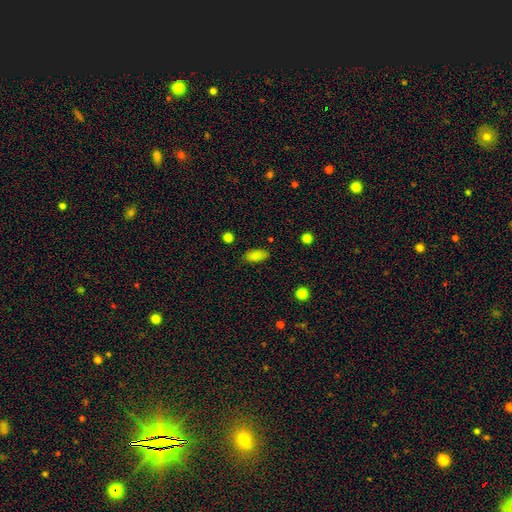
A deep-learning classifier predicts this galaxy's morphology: Q: Smooth or featured?
A: smooth (86%); runner-up: star or artifact (10%)
Q: How rounded?
A: in between (88%); runner-up: cigar-shaped (9%)
Q: Merging?
A: none (84%); runner-up: minor disturbance (12%)